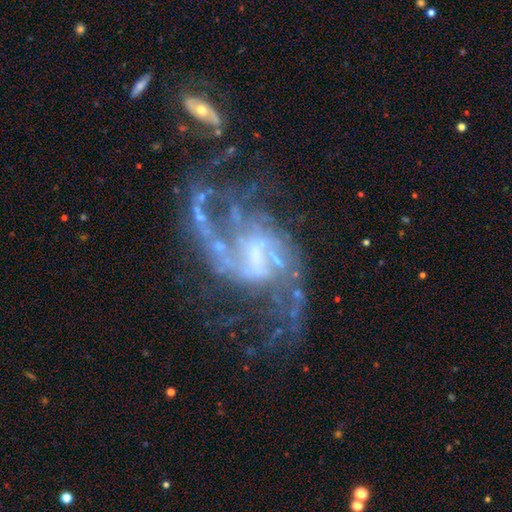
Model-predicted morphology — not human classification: Smooth or featured?
  - featured or disk: 87% *
  - star or artifact: 9%
  - smooth: 5%
Edge-on disk?
  - no: 98% *
  - yes: 2%
Bar?
  - weak: 47% *
  - no: 28%
  - strong: 26%
Spiral arms?
  - yes: 91% *
  - no: 9%
Spiral winding?
  - loose: 52% *
  - medium: 37%
  - tight: 11%
Spiral arm count?
  - 2: 56% *
  - can't tell: 16%
  - 3: 10%
  - 1: 7%
  - 4: 5%
  - more than 4: 5%
Bulge size?
  - none: 40% *
  - small: 31%
  - moderate: 22%
  - large: 5%
  - dominant: 2%
Merging?
  - none: 38% *
  - major disturbance: 37%
  - minor disturbance: 16%
  - merger: 9%